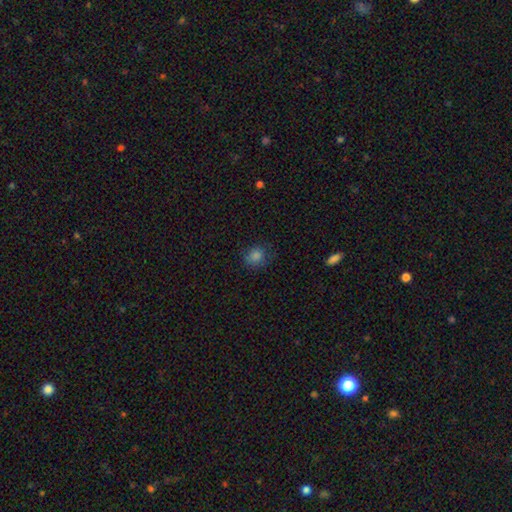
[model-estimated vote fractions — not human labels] Overall: smooth (81%). How rounded: round (74%). Merging: none (77%).